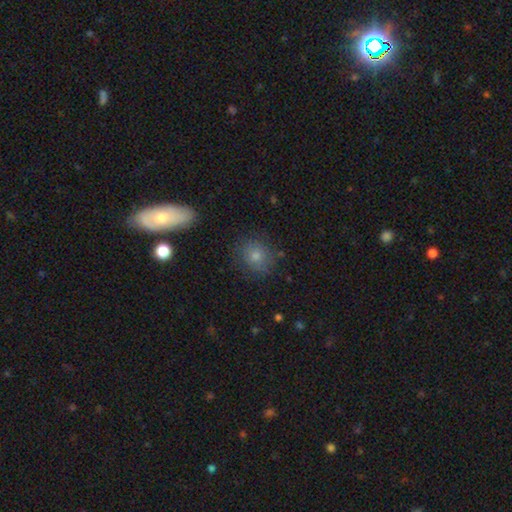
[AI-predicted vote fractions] Smooth or featured: smooth — 72% (star or artifact — 15%)
How rounded: round — 78% (in between — 21%)
Merging: none — 84% (minor disturbance — 11%)